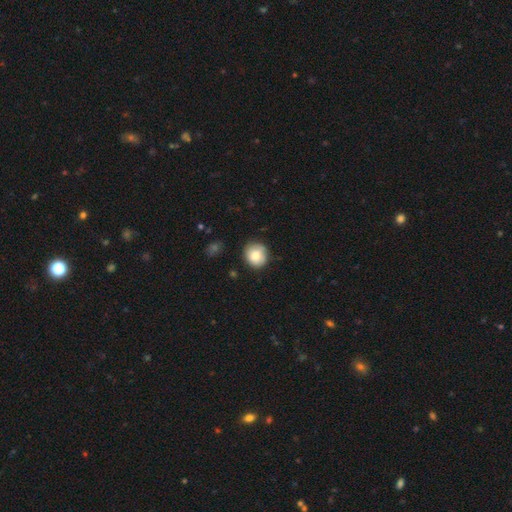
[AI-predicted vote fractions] This appears to be a smooth galaxy with no disk features (80%) that is round (85%). Merging: none (79%).